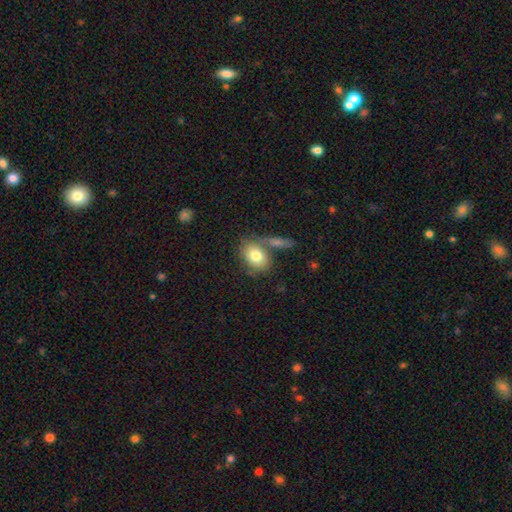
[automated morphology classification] A smooth galaxy with no disk features (77%) that is in between round and cigar-shaped (69%). Merging: none (56%).